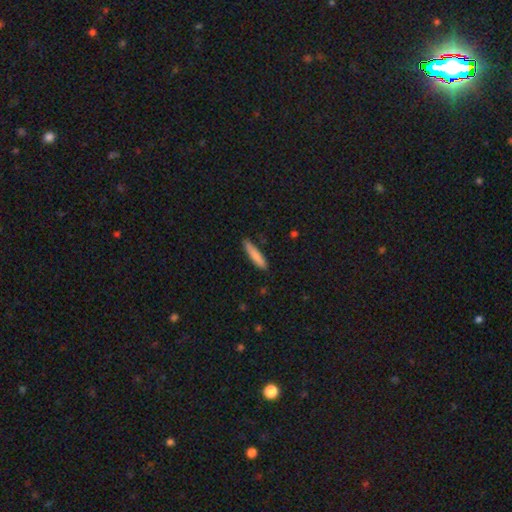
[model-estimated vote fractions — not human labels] A smooth galaxy with no disk features (80%) that is cigar-shaped (87%).

Vote fractions:
- Smooth or featured? smooth: 80% / featured or disk: 14% / star or artifact: 6%
- How rounded? cigar-shaped: 87% / in between: 12% / round: 1%
- Merging? none: 85% / minor disturbance: 12% / major disturbance: 2% / merger: 2%